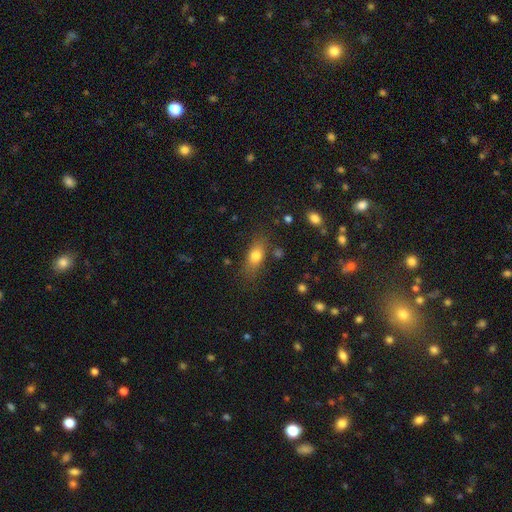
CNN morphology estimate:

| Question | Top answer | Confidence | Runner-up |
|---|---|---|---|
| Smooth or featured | smooth | 76% | featured or disk (14%) |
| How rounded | in between | 75% | cigar-shaped (15%) |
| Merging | none | 75% | minor disturbance (16%) |